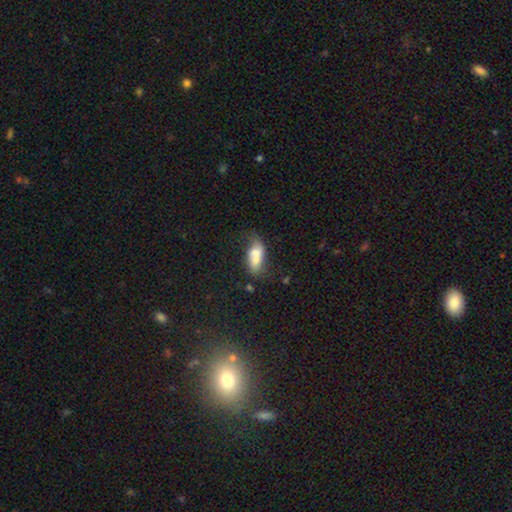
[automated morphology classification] A smooth galaxy with no disk features (62%) that is in between round and cigar-shaped (83%).

Vote fractions:
- Smooth or featured? smooth: 62% / featured or disk: 29% / star or artifact: 10%
- How rounded? in between: 83% / cigar-shaped: 11% / round: 6%
- Merging? merger: 33% / none: 32% / minor disturbance: 21% / major disturbance: 14%